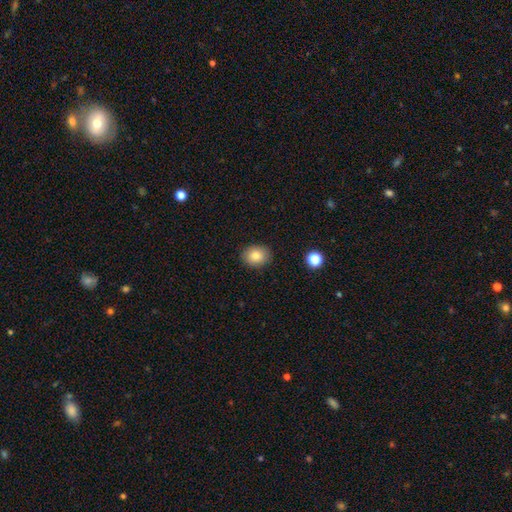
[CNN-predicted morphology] Smooth or featured: smooth — 84% (star or artifact — 9%)
How rounded: round — 51% (in between — 48%)
Merging: none — 88% (minor disturbance — 9%)